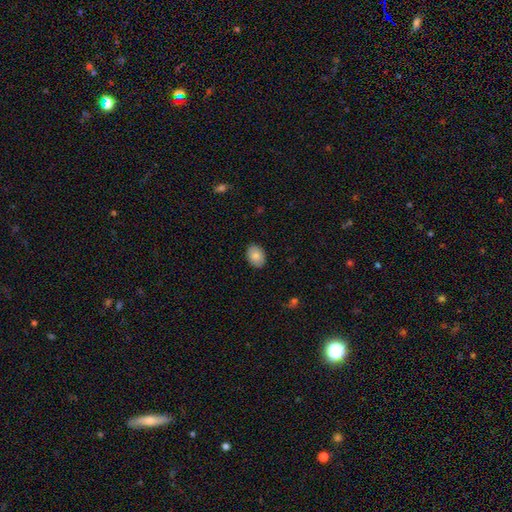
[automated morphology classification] The model was most divided on "how rounded": in between: 71%, round: 28%, cigar-shaped: 1%. More confident: merging — none (89%); smooth or featured — smooth (84%).